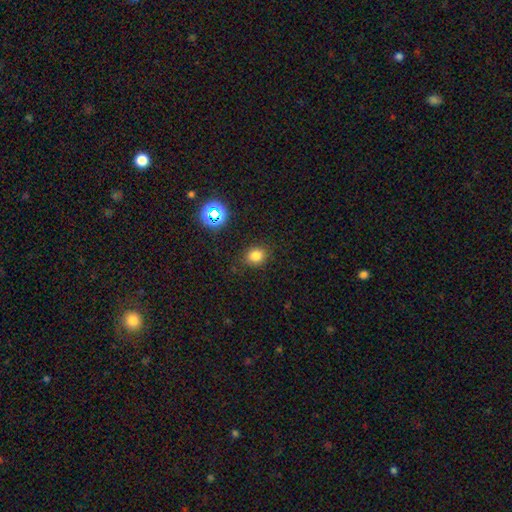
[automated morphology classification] Smooth or featured?
  - smooth: 77% *
  - star or artifact: 16%
  - featured or disk: 6%
How rounded?
  - round: 64% *
  - in between: 35%
  - cigar-shaped: 1%
Merging?
  - none: 83% *
  - minor disturbance: 11%
  - major disturbance: 4%
  - merger: 2%